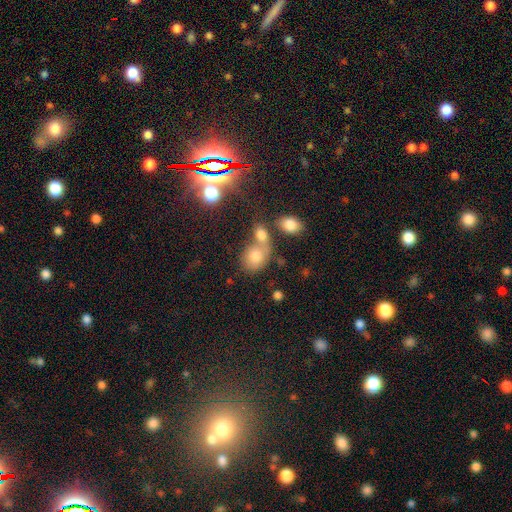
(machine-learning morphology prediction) A smooth galaxy with no disk features (71%) that is in between round and cigar-shaped (55%).

Vote fractions:
- Smooth or featured? smooth: 71% / star or artifact: 15% / featured or disk: 14%
- How rounded? in between: 55% / round: 43% / cigar-shaped: 1%
- Merging? merger: 47% / none: 37% / minor disturbance: 11% / major disturbance: 6%